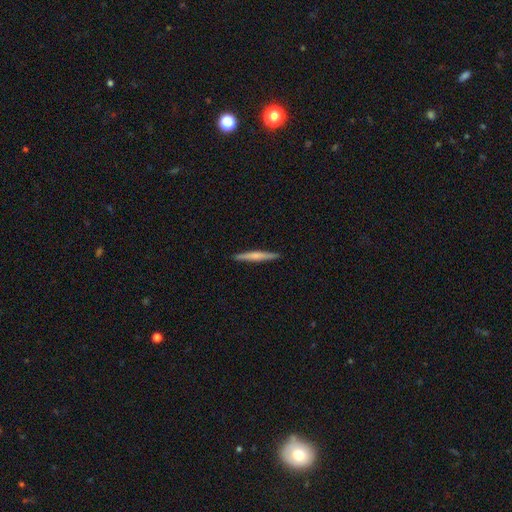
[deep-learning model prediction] smooth_or_featured: smooth (p=0.49) [alt: featured or disk p=0.46]
merging: none (p=0.92) [alt: minor disturbance p=0.06]